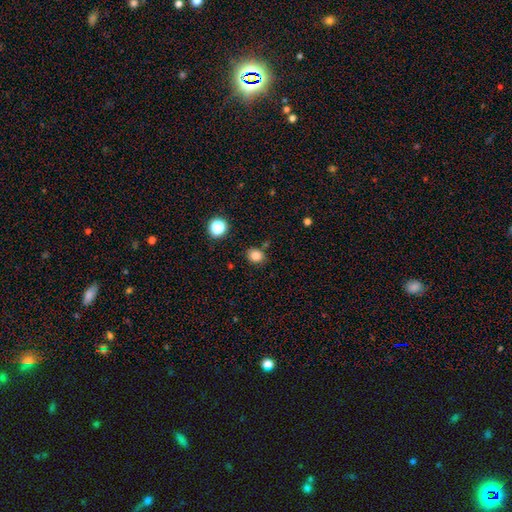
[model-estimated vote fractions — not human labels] Overall: smooth (83%). How rounded: round (64%; in between 35%). Merging: none (82%).